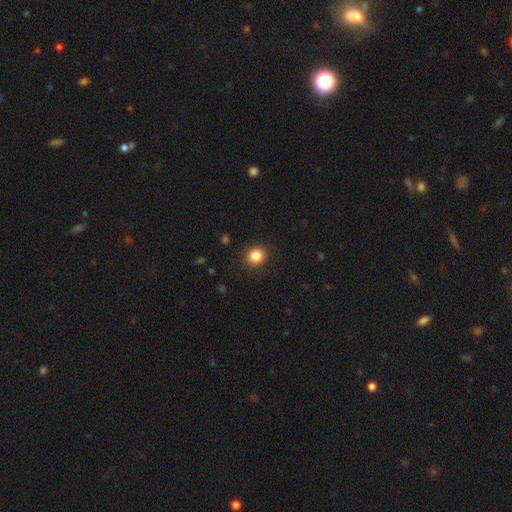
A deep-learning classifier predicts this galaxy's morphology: A smooth galaxy with no disk features (85%) that is round (86%). Merging: none (91%).